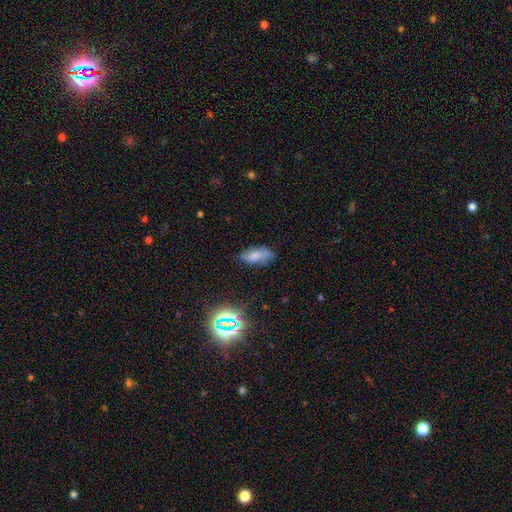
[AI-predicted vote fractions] This is likely a smooth galaxy (63%). How rounded: clearly in between (86%). Merging: possibly none (53%).